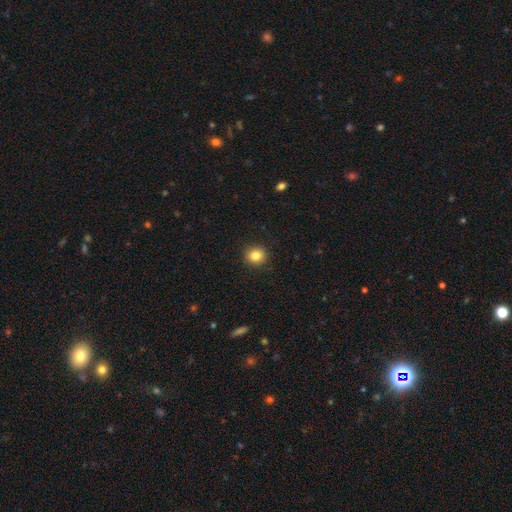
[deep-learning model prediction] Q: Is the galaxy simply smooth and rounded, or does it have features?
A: smooth — 84%.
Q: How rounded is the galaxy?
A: round — 89%.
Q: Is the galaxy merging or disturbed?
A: none — 92%.